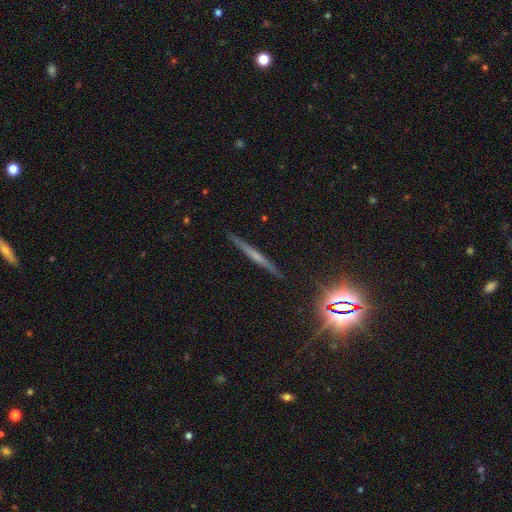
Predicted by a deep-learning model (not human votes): Smooth or featured: featured or disk — 54% (smooth — 30%)
Edge-on disk: yes — 97% (no — 3%)
Edge-on bulge: none — 61% (rounded — 28%)
Merging: none — 90% (minor disturbance — 7%)